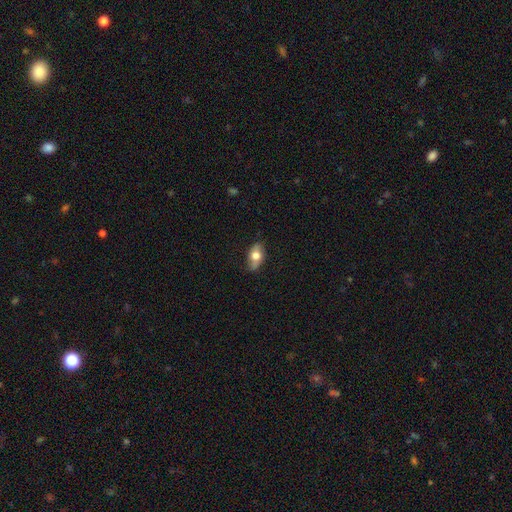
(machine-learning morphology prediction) This is likely a smooth galaxy (63%). How rounded: clearly in between (86%). Merging: likely none (77%).